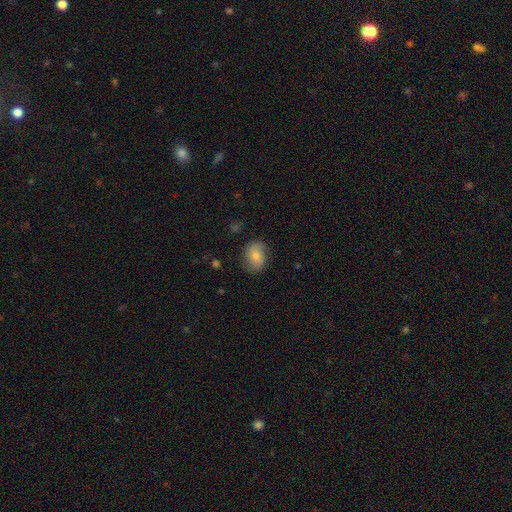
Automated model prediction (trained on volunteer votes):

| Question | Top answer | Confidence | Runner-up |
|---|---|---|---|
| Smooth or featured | smooth | 65% | featured or disk (27%) |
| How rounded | in between | 68% | round (31%) |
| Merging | none | 78% | minor disturbance (17%) |